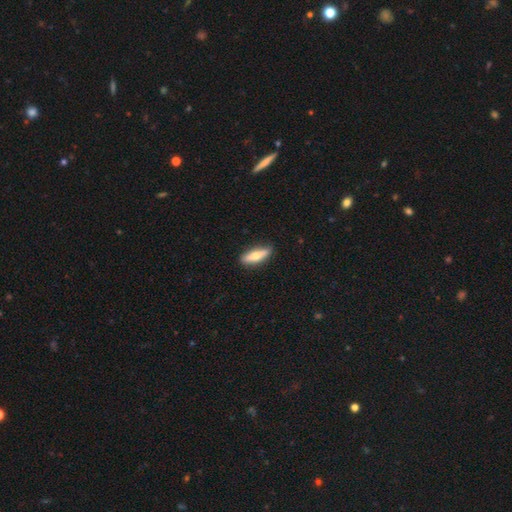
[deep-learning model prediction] A smooth galaxy with no disk features (61%) that is cigar-shaped (50%).

Vote fractions:
- Smooth or featured? smooth: 61% / featured or disk: 33% / star or artifact: 6%
- How rounded? cigar-shaped: 50% / in between: 47% / round: 3%
- Merging? none: 86% / minor disturbance: 11% / major disturbance: 2% / merger: 1%